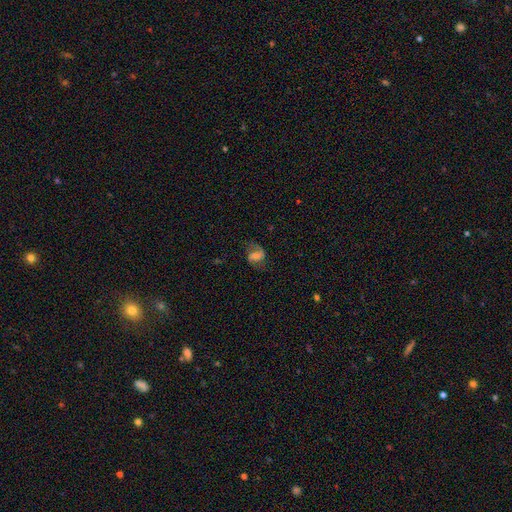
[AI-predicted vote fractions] Smooth or featured? featured or disk (64%)
Edge-on disk? no (97%)
Bar? weak (44%)
Spiral arms? yes (91%)
Spiral winding? loose (45%)
Spiral arm count? 2 (79%)
Bulge size? moderate (38%)
Merging? none (64%)